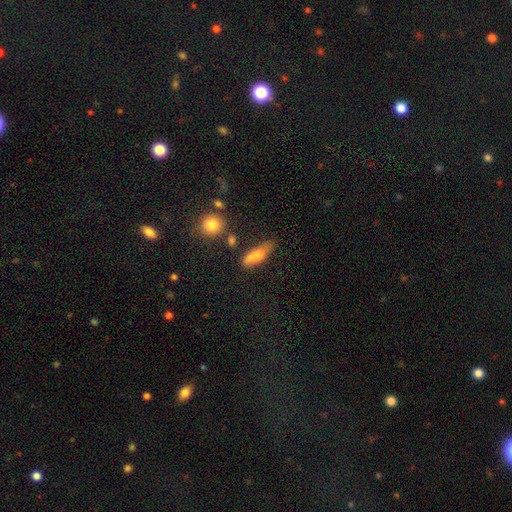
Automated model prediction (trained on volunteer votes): Smooth or featured: smooth — 69% (featured or disk — 22%)
How rounded: in between — 59% (cigar-shaped — 37%)
Merging: none — 45% (minor disturbance — 26%)